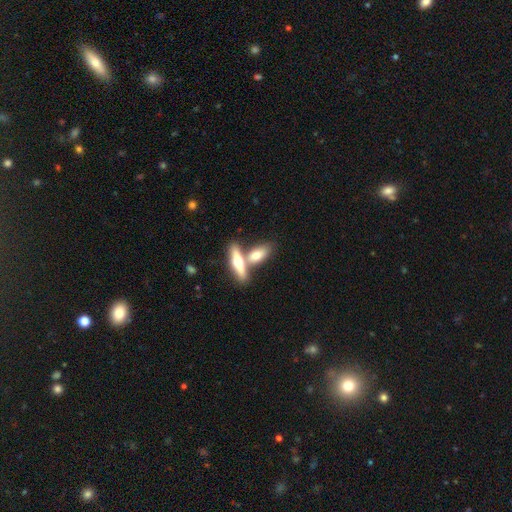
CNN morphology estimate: A smooth galaxy with no disk features (58%) that is in between round and cigar-shaped (50%).

Vote fractions:
- Smooth or featured? smooth: 58% / featured or disk: 36% / star or artifact: 6%
- How rounded? in between: 50% / cigar-shaped: 45% / round: 5%
- Merging? merger: 45% / none: 43% / minor disturbance: 9% / major disturbance: 3%